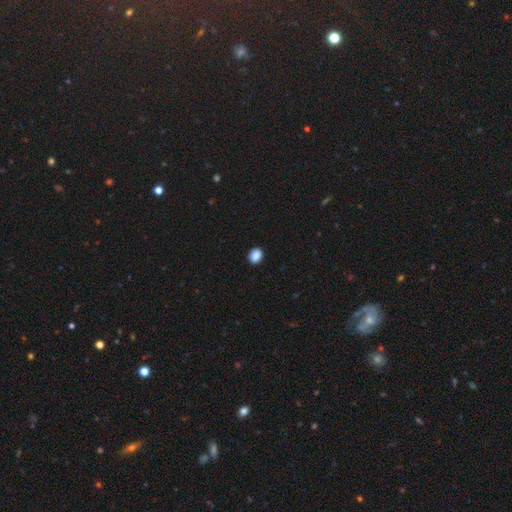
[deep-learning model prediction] Overall: smooth (89%). How rounded: round (50%; in between 49%). Merging: none (91%).